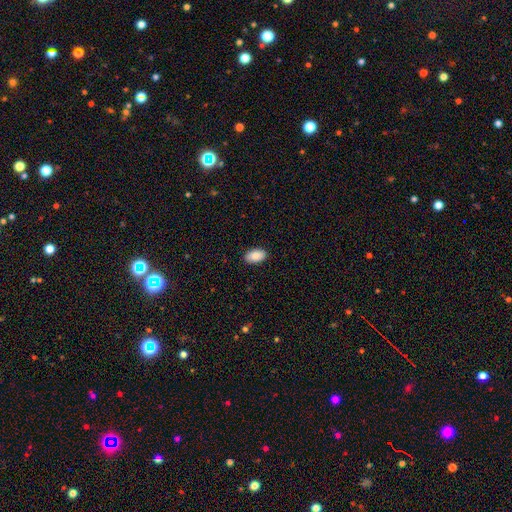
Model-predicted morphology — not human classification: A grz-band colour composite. It shows a smooth galaxy with no disk features (88%) that is in between round and cigar-shaped (94%). Merging: none (89%).